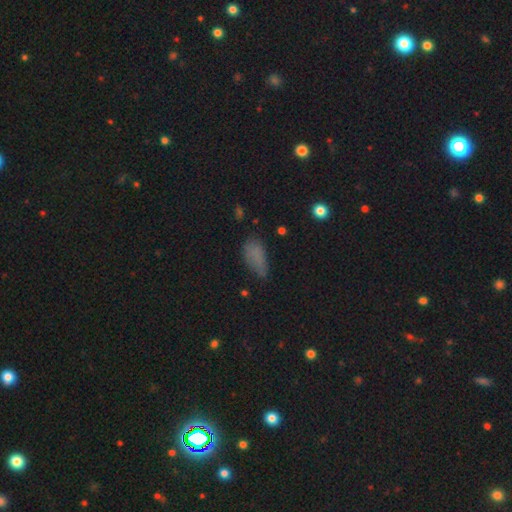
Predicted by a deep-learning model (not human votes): This appears to be a smooth galaxy with no disk features (73%) that is in between round and cigar-shaped (83%). Merging: none (46%).